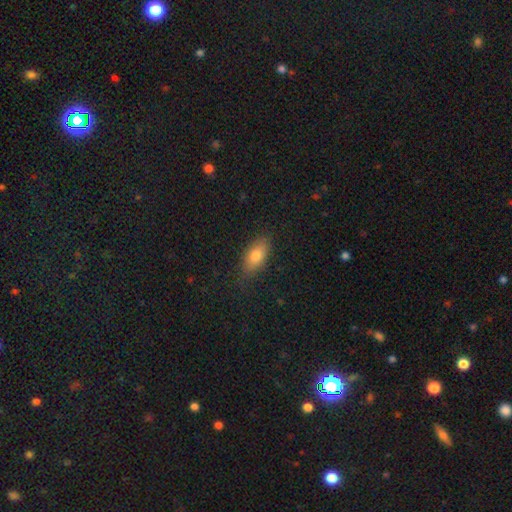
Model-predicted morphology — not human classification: The model was most divided on "smooth or featured": smooth: 78%, featured or disk: 14%, star or artifact: 8%. More confident: how rounded — in between (85%); merging — none (80%).